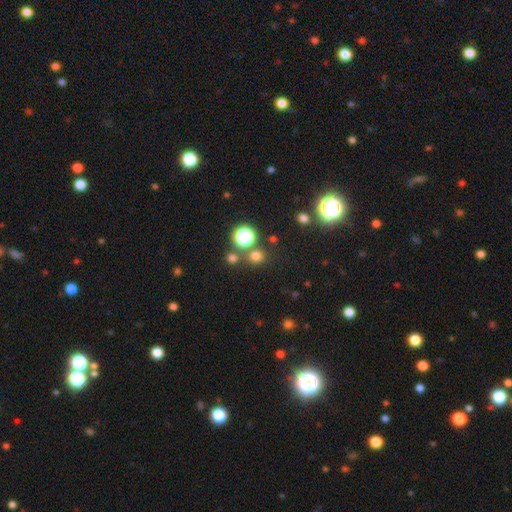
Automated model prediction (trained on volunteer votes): Smooth or featured? smooth (68%)
How rounded? round (89%)
Merging? none (77%)